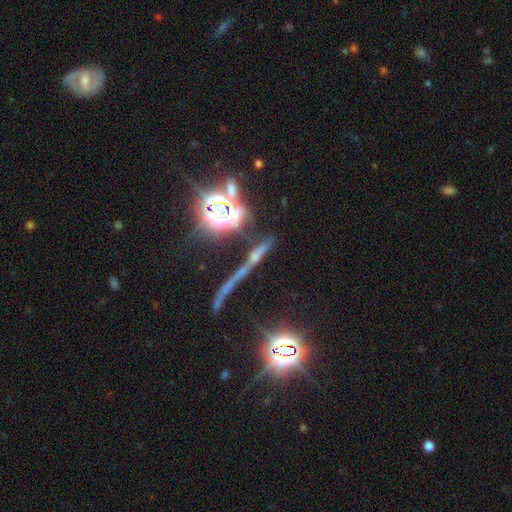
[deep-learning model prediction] This appears to be a star or artifact, not a galaxy (51%).